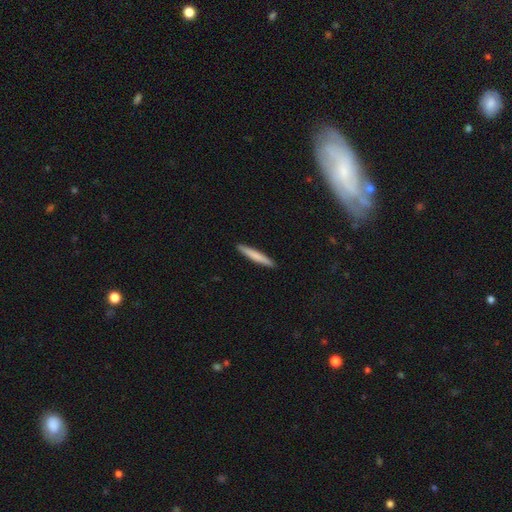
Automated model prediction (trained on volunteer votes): Morphology: type=smooth (74%); roundness=cigar-shaped (96%); merging=none (92%).